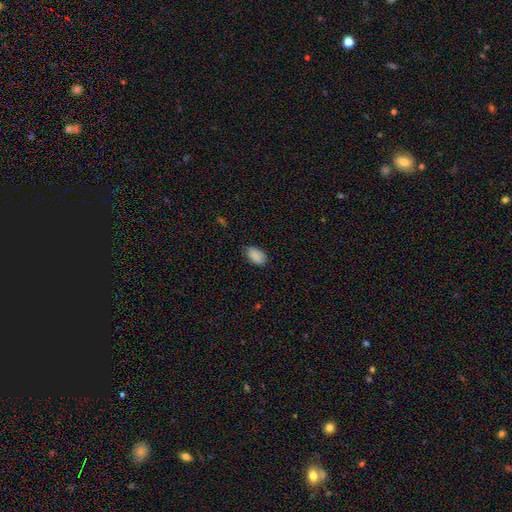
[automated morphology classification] Smooth or featured: smooth — 89% (star or artifact — 7%)
How rounded: in between — 92% (round — 6%)
Merging: none — 77% (minor disturbance — 18%)